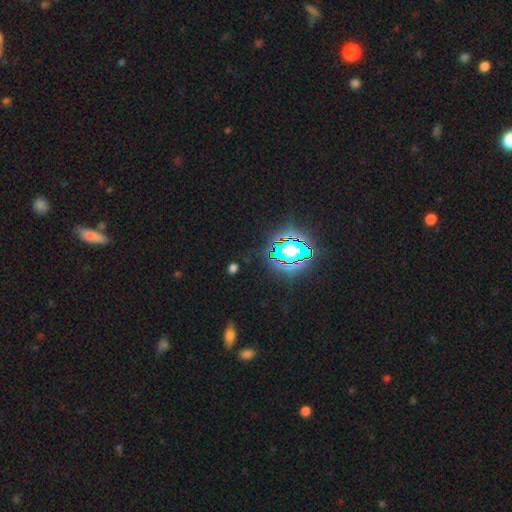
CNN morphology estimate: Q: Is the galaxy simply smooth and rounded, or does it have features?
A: star or artifact — 79%.